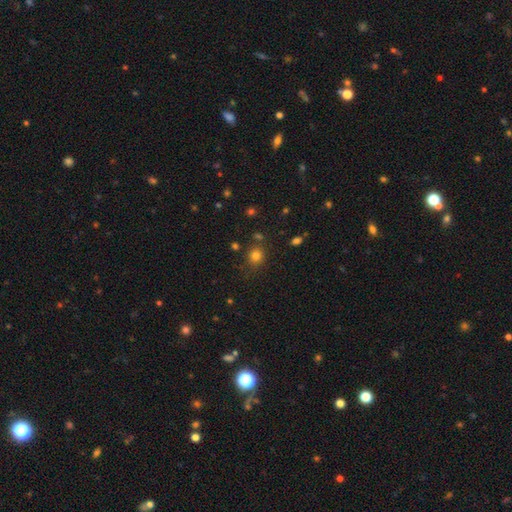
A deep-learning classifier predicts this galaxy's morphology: Smooth or featured: smooth — 79% (star or artifact — 15%)
How rounded: round — 83% (in between — 16%)
Merging: none — 79% (minor disturbance — 11%)